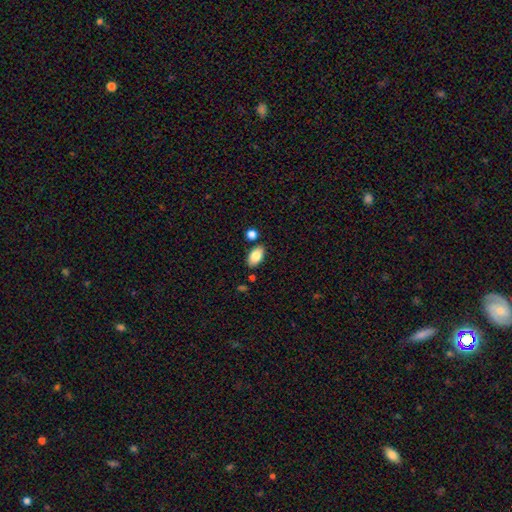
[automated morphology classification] Smooth or featured?
  - smooth: 85% *
  - featured or disk: 8%
  - star or artifact: 7%
How rounded?
  - in between: 93% *
  - round: 5%
  - cigar-shaped: 2%
Merging?
  - none: 80% *
  - minor disturbance: 11%
  - merger: 7%
  - major disturbance: 3%